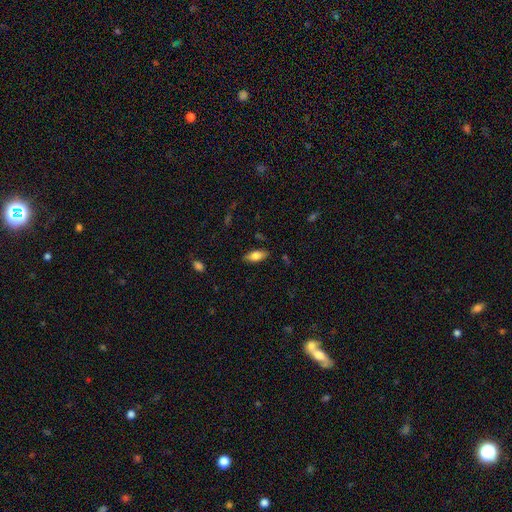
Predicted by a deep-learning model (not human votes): Q: Smooth or featured?
A: smooth (76%); runner-up: featured or disk (17%)
Q: How rounded?
A: in between (81%); runner-up: cigar-shaped (16%)
Q: Merging?
A: none (84%); runner-up: minor disturbance (12%)